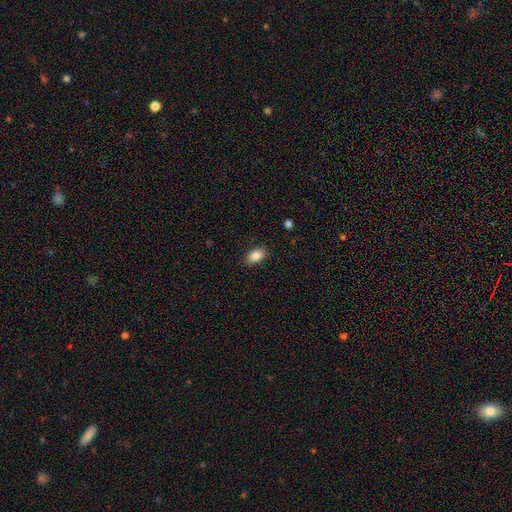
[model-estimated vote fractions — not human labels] A smooth galaxy with no disk features (87%) that is in between round and cigar-shaped (91%).

Vote fractions:
- Smooth or featured? smooth: 87% / star or artifact: 8% / featured or disk: 5%
- How rounded? in between: 91% / round: 8% / cigar-shaped: 2%
- Merging? none: 88% / minor disturbance: 9% / major disturbance: 2% / merger: 1%